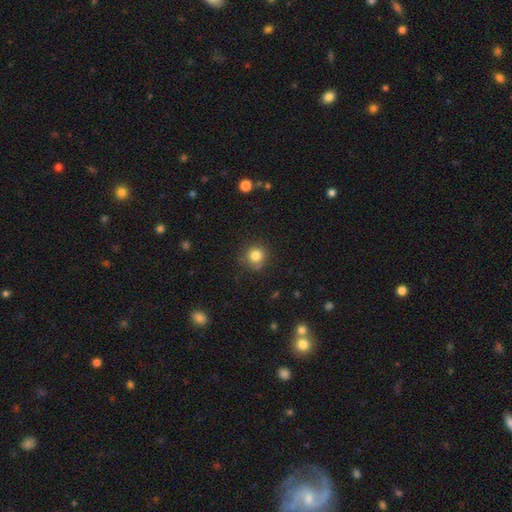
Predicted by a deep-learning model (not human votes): Smooth or featured? Predicted: smooth (p=0.82). How rounded? Predicted: round (p=0.92). Merging? Predicted: none (p=0.79).